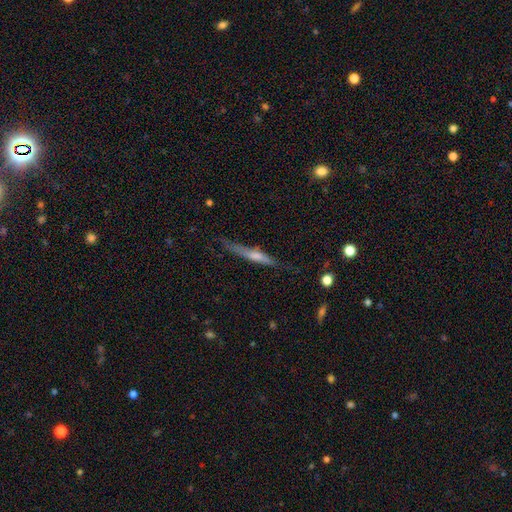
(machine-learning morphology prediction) Overall: featured or disk (56%; smooth 37%). Edge-on disk: yes (94%). Edge-on bulge: rounded (51%; none 36%). Merging: none (73%).